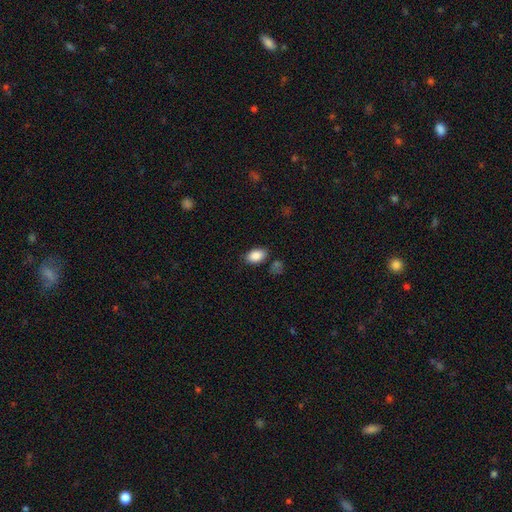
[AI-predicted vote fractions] Smooth or featured?
  - smooth: 87% *
  - star or artifact: 8%
  - featured or disk: 5%
How rounded?
  - in between: 90% *
  - round: 8%
  - cigar-shaped: 2%
Merging?
  - none: 79% *
  - minor disturbance: 14%
  - merger: 4%
  - major disturbance: 3%